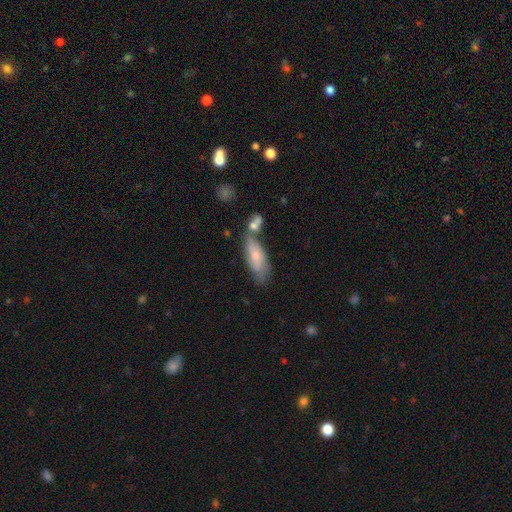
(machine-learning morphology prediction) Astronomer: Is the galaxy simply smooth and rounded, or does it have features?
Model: smooth — 64%.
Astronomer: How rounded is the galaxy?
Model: in between — 68%.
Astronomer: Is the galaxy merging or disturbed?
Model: none — 44% (runner-up: merger, 27%).